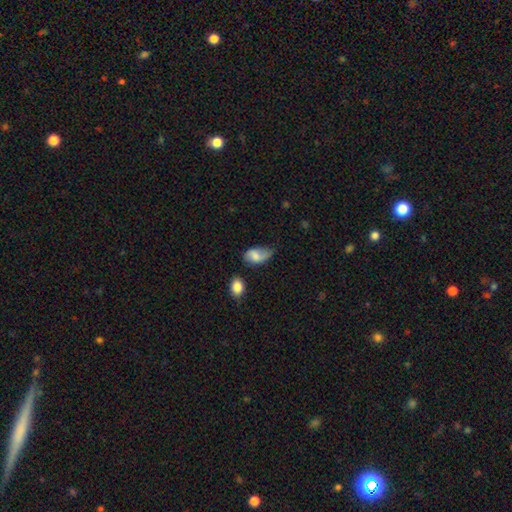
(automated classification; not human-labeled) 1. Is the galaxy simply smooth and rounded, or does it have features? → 61% smooth, 30% featured or disk, 8% star or artifact.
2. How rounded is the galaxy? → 89% in between, 9% round, 2% cigar-shaped.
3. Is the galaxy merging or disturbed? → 41% none, 39% minor disturbance, 15% major disturbance, 5% merger.